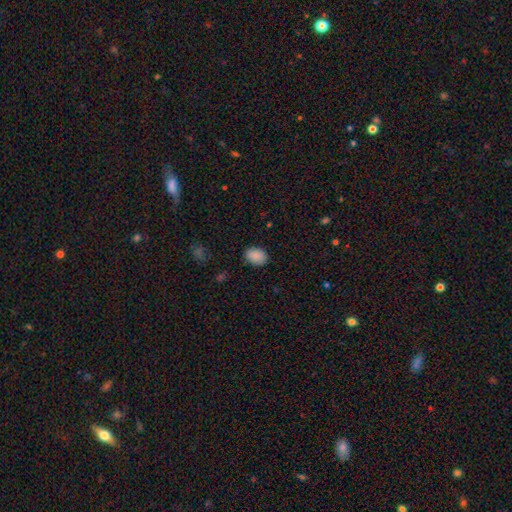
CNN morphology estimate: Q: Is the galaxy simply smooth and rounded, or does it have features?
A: smooth — 88%.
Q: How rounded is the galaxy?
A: in between — 75%.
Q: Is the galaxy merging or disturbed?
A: none — 84%.